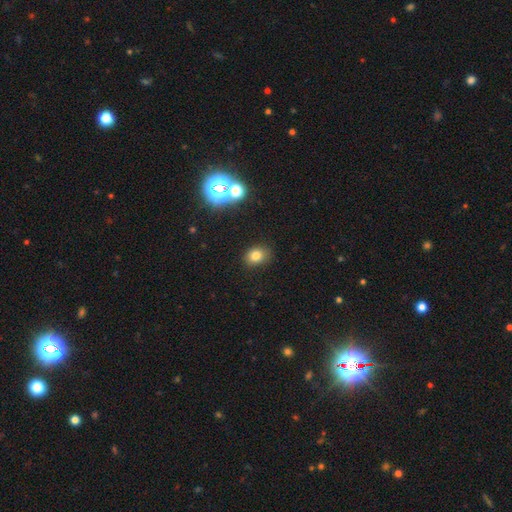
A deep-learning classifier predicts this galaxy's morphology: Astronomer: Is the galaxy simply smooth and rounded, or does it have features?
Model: smooth — 77%.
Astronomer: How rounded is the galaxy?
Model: in between — 54% (runner-up: round, 45%).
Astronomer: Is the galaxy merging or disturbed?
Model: none — 85%.